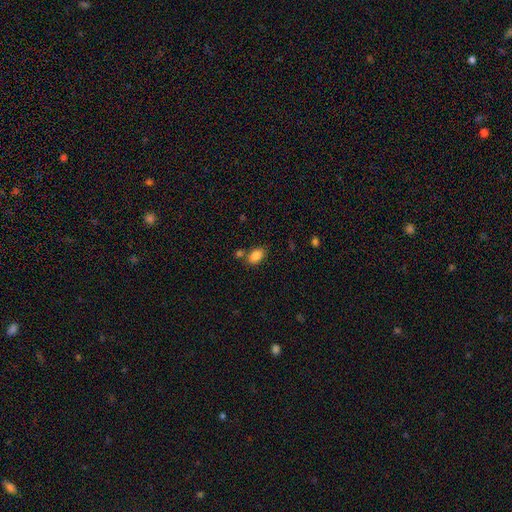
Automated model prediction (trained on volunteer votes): A smooth galaxy with no disk features (86%) that is in between round and cigar-shaped (86%). Merging: none (71%).